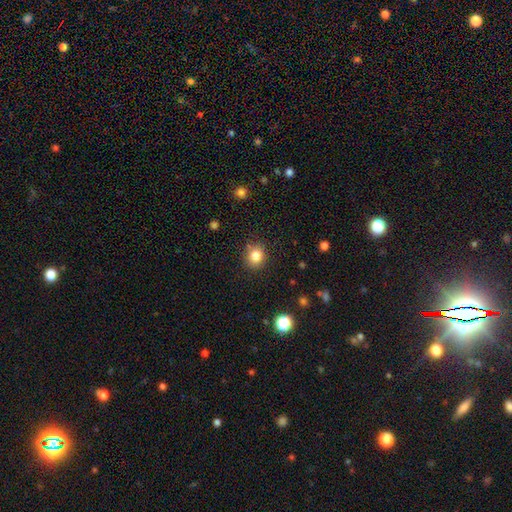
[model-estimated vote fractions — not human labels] This is clearly a smooth galaxy (83%). How rounded: likely round (74%). Merging: clearly none (84%).